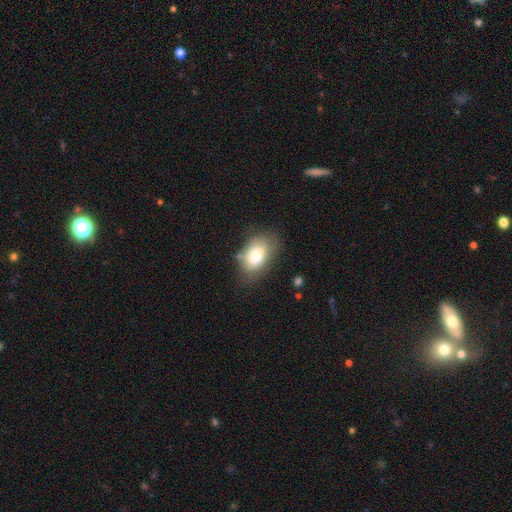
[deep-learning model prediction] The model was most divided on "merging": none: 66%, minor disturbance: 22%, major disturbance: 8%, merger: 3%. More confident: how rounded — in between (88%); smooth or featured — smooth (78%).